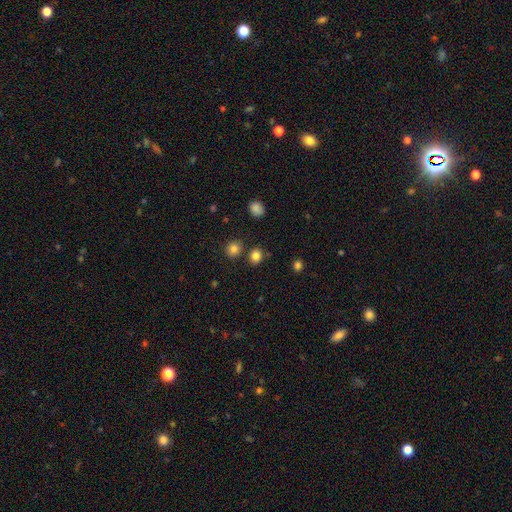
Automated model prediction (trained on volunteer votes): The model was most divided on "how rounded": round: 76%, in between: 23%, cigar-shaped: 1%. More confident: smooth or featured — smooth (83%); merging — none (80%).